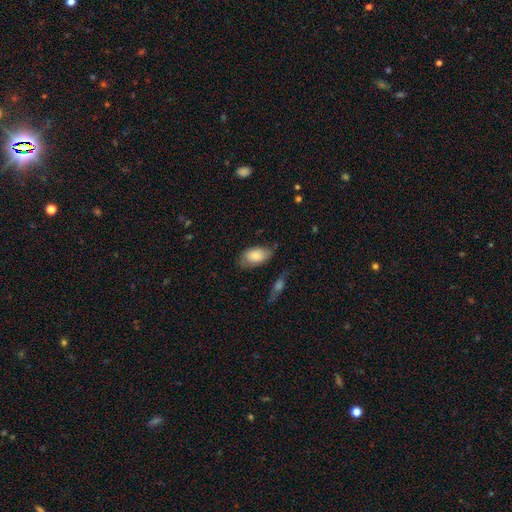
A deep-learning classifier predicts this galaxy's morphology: Smooth or featured?
  - smooth: 79% *
  - featured or disk: 15%
  - star or artifact: 6%
How rounded?
  - in between: 92% *
  - round: 5%
  - cigar-shaped: 2%
Merging?
  - none: 63% *
  - minor disturbance: 27%
  - major disturbance: 7%
  - merger: 3%